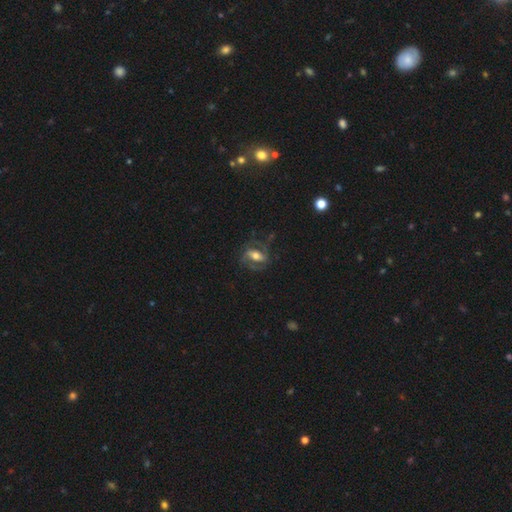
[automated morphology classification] The model was most divided on "bar": strong: 46%, weak: 32%, no: 22%. Remaining: edge-on disk — no (92%); spiral arms — yes (82%); spiral arm count — 2 (81%); smooth or featured — featured or disk (70%); bulge size — moderate (61%); merging — none (61%); spiral winding — medium (47%).